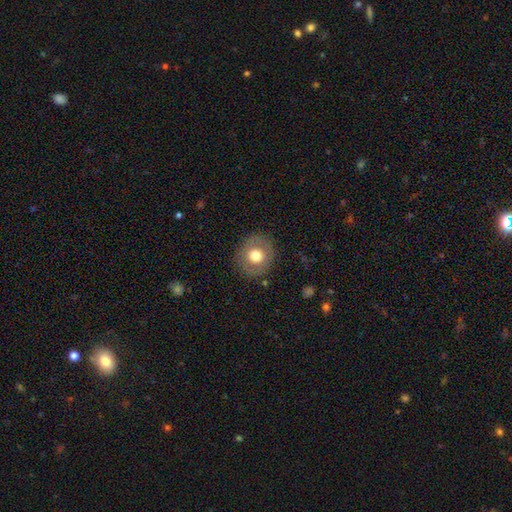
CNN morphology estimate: Smooth or featured? Predicted: smooth (p=0.66). How rounded? Predicted: round (p=0.86). Merging? Predicted: none (p=0.87).